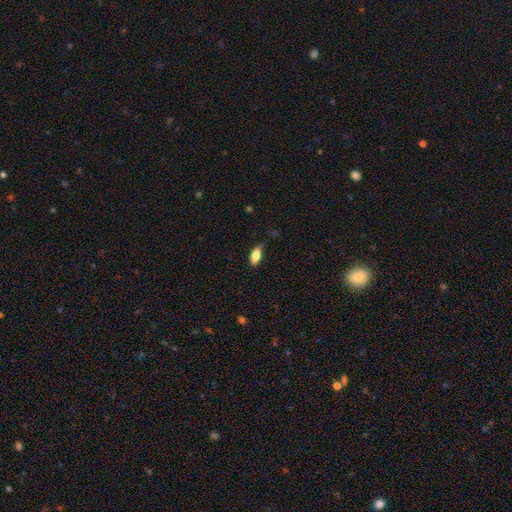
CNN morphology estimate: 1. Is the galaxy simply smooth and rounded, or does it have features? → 74% smooth, 19% featured or disk, 7% star or artifact.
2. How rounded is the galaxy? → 82% in between, 15% cigar-shaped, 3% round.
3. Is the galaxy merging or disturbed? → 74% none, 21% minor disturbance, 4% major disturbance, 2% merger.